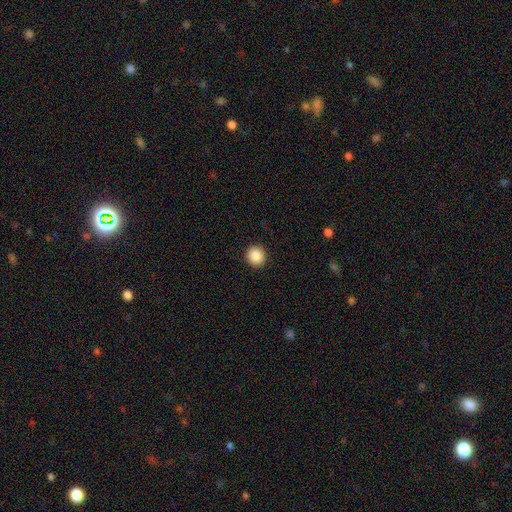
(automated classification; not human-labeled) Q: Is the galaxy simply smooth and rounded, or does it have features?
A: smooth — 87%.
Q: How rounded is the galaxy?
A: round — 93%.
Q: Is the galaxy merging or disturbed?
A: none — 93%.